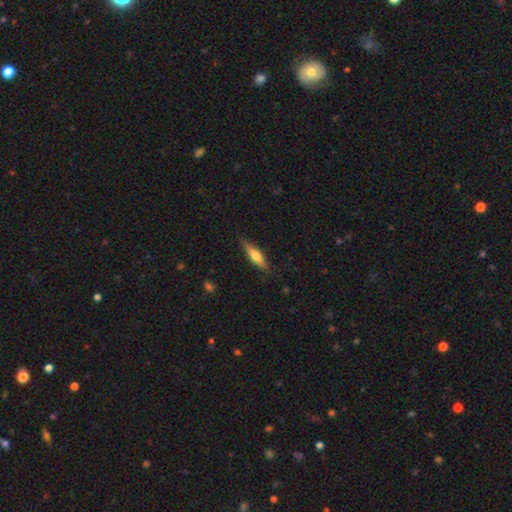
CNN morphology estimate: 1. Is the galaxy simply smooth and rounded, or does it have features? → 51% smooth, 43% featured or disk, 6% star or artifact.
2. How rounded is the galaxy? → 67% cigar-shaped, 30% in between, 2% round.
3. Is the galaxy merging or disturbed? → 85% none, 12% minor disturbance, 2% major disturbance, 1% merger.